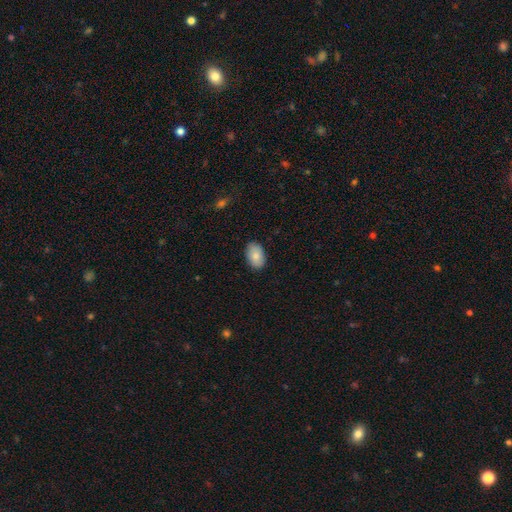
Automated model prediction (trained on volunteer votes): This is clearly a smooth galaxy (86%). How rounded: clearly in between (91%). Merging: clearly none (88%).